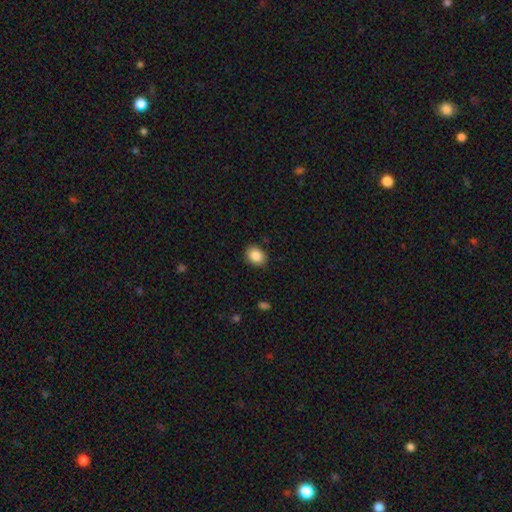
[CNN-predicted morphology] The model was most divided on "how rounded": in between: 59%, round: 40%, cigar-shaped: 1%. More confident: merging — none (87%); smooth or featured — smooth (87%).